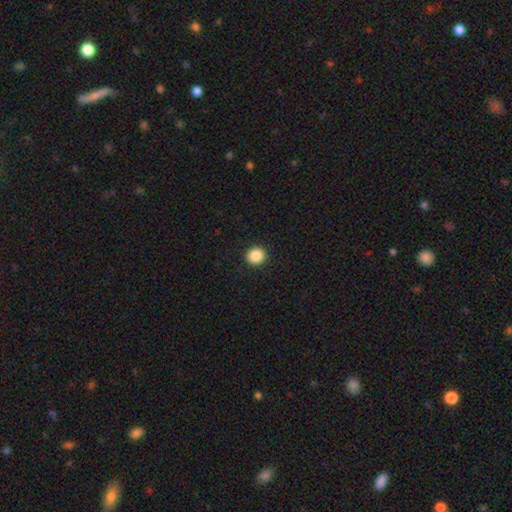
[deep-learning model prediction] Q: Smooth or featured?
A: smooth (87%); runner-up: star or artifact (9%)
Q: How rounded?
A: round (89%); runner-up: in between (11%)
Q: Merging?
A: none (93%); runner-up: minor disturbance (5%)